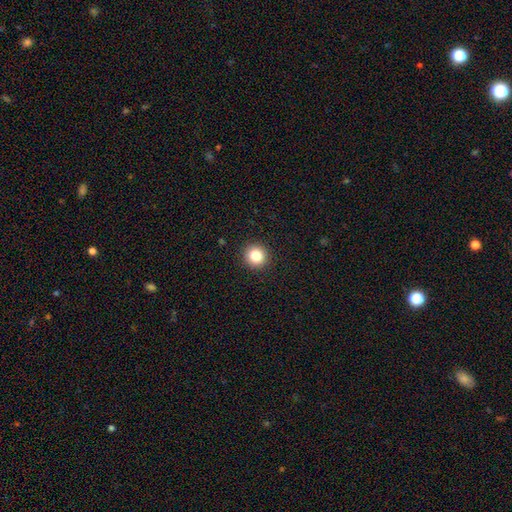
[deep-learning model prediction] Q: Smooth or featured?
A: smooth (84%); runner-up: star or artifact (11%)
Q: How rounded?
A: round (94%); runner-up: in between (5%)
Q: Merging?
A: none (92%); runner-up: minor disturbance (5%)